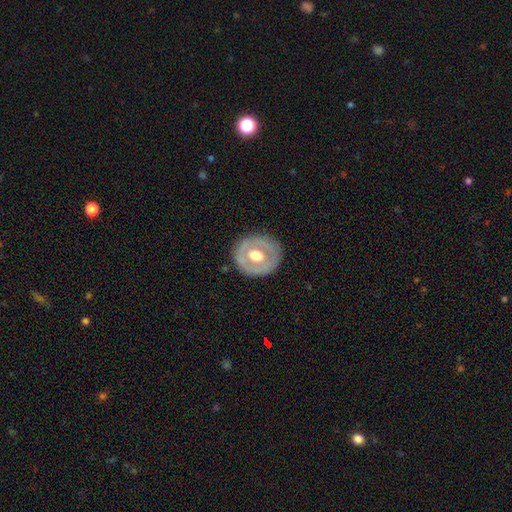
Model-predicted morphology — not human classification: Smooth or featured: featured or disk — 55% (smooth — 39%)
Edge-on disk: no — 94% (yes — 6%)
Bar: no — 76% (weak — 18%)
Spiral arms: no — 87% (yes — 13%)
Bulge size: moderate — 65% (large — 27%)
Merging: none — 85% (minor disturbance — 11%)